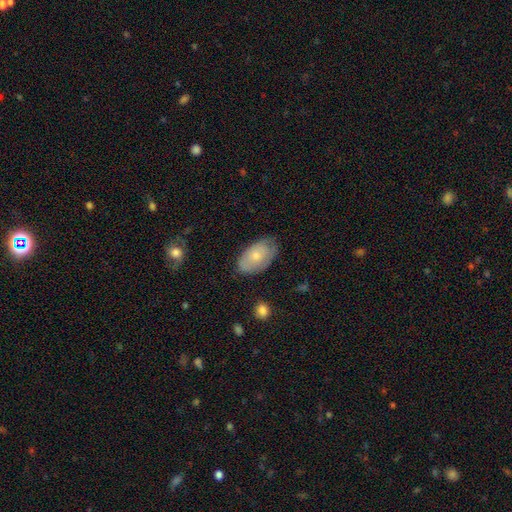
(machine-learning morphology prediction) smooth_or_featured: smooth (p=0.67) [alt: featured or disk p=0.27]
how_rounded: in between (p=0.93) [alt: round p=0.05]
merging: none (p=0.69) [alt: minor disturbance p=0.24]